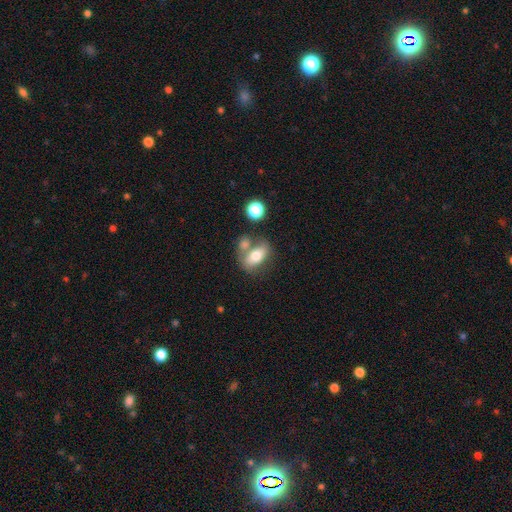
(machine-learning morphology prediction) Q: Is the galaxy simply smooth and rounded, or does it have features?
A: smooth — 67%.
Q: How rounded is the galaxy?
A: in between — 83%.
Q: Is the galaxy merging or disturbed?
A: none — 39%.